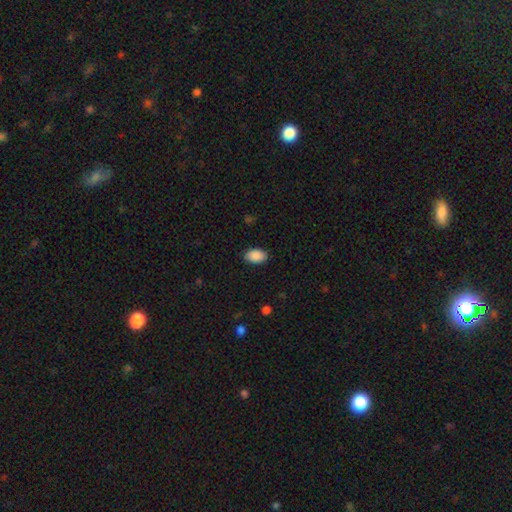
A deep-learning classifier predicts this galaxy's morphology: Smooth or featured? smooth (90%)
How rounded? in between (90%)
Merging? none (88%)